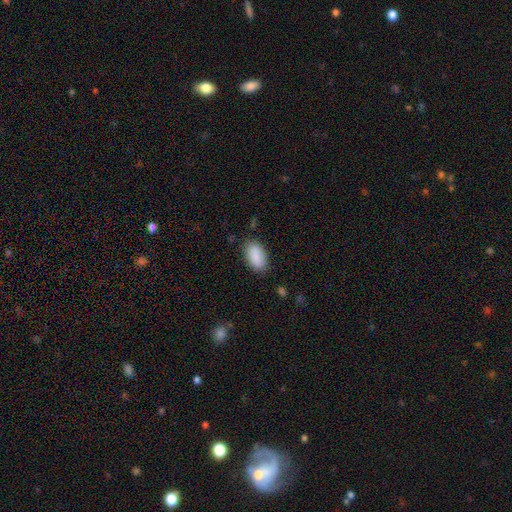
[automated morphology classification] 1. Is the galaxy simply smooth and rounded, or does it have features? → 87% smooth, 6% star or artifact, 6% featured or disk.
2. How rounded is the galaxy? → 93% in between, 3% round, 3% cigar-shaped.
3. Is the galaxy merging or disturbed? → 82% none, 14% minor disturbance, 3% major disturbance, 2% merger.